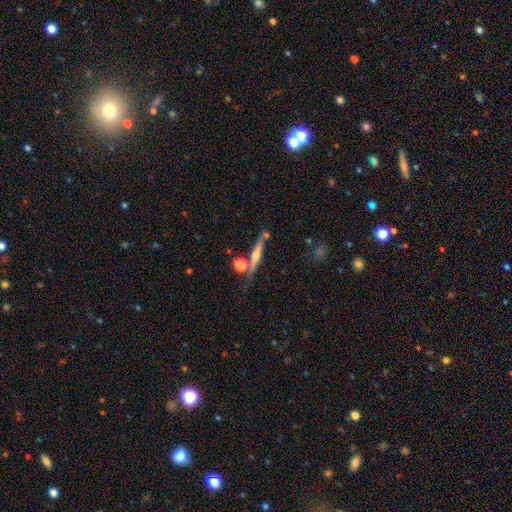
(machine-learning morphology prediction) This is likely a featured or disk galaxy (61%). It is clearly viewed edge-on (94%). Edge-on bulge: clearly rounded (80%). Merging: likely none (67%).